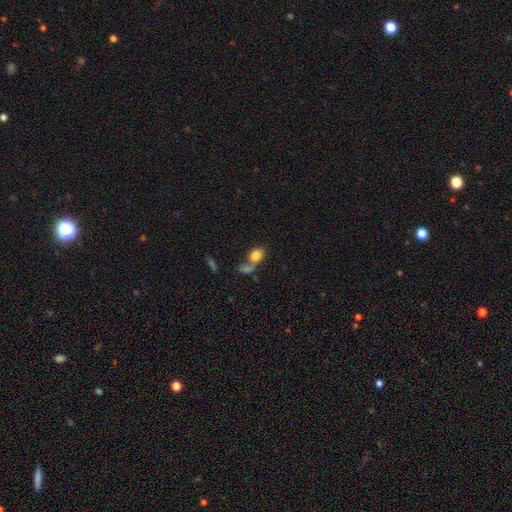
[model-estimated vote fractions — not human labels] This is likely a smooth galaxy (79%). How rounded: possibly round (52%). Merging: possibly merger (54%).